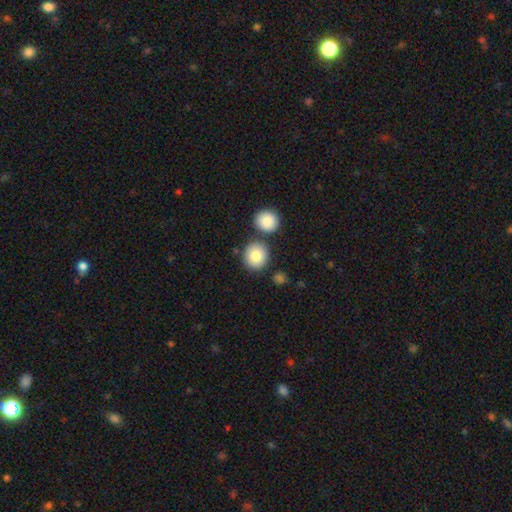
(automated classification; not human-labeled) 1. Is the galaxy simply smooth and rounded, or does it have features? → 84% smooth, 8% featured or disk, 8% star or artifact.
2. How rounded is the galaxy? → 86% round, 13% in between, 1% cigar-shaped.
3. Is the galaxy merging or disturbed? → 76% none, 13% merger, 9% minor disturbance, 3% major disturbance.